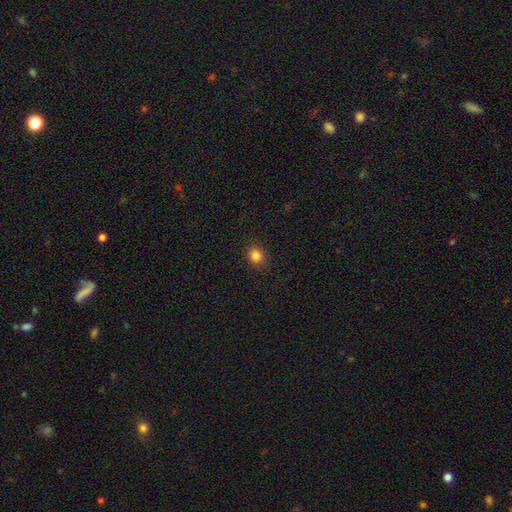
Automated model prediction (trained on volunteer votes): Smooth or featured?
  - smooth: 84% *
  - star or artifact: 12%
  - featured or disk: 5%
How rounded?
  - round: 72% *
  - in between: 27%
  - cigar-shaped: 1%
Merging?
  - none: 88% *
  - minor disturbance: 9%
  - major disturbance: 3%
  - merger: 1%